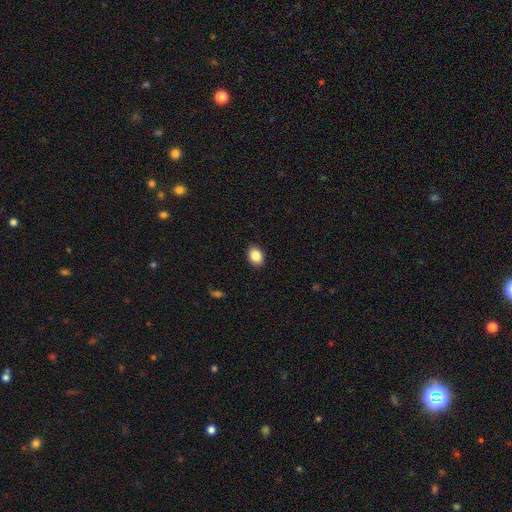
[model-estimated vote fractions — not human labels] The model was most divided on "how rounded": in between: 62%, round: 37%, cigar-shaped: 1%. More confident: merging — none (91%); smooth or featured — smooth (87%).